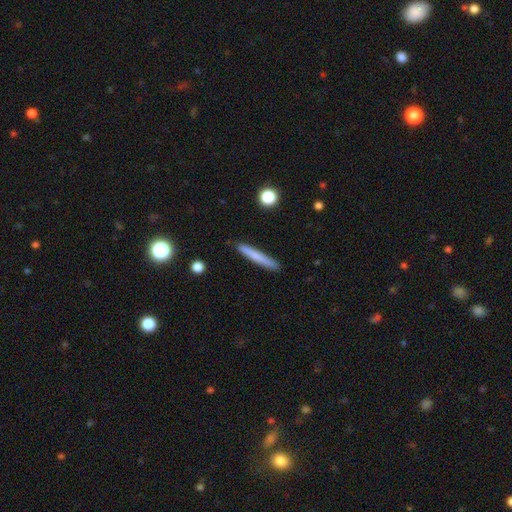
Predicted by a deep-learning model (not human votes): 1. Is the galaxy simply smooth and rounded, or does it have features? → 69% smooth, 24% featured or disk, 6% star or artifact.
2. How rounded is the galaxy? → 96% cigar-shaped, 3% in between, 1% round.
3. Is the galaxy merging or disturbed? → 90% none, 8% minor disturbance, 2% major disturbance, 1% merger.